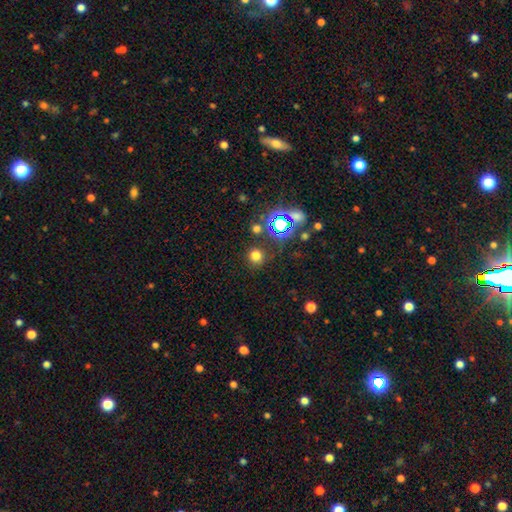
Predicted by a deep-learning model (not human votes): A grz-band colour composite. It shows a smooth galaxy with no disk features (72%) that is round (91%). Merging: none (85%).